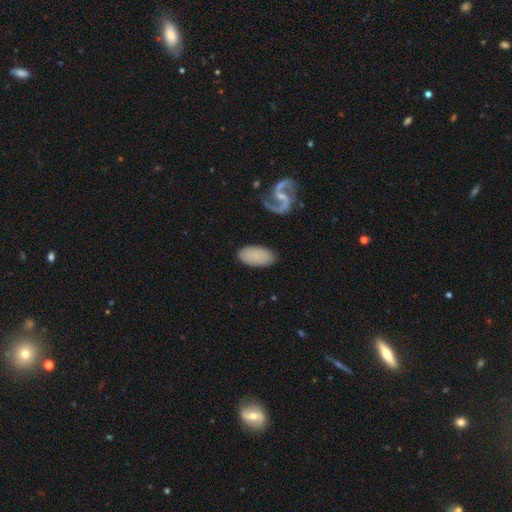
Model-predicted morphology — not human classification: Overall: smooth (71%). How rounded: in between (95%). Merging: none (80%).